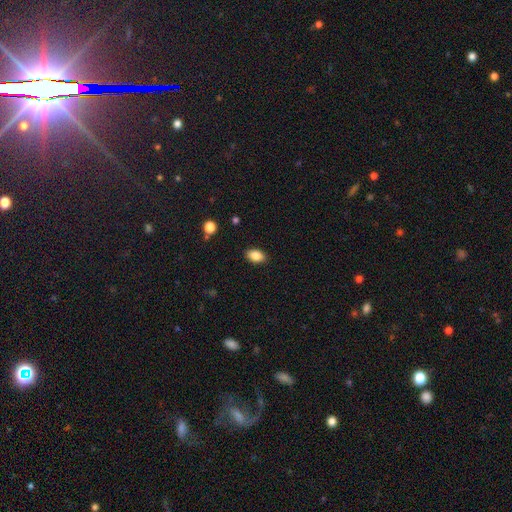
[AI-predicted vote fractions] This is clearly a smooth galaxy (85%). How rounded: clearly in between (88%). Merging: clearly none (88%).